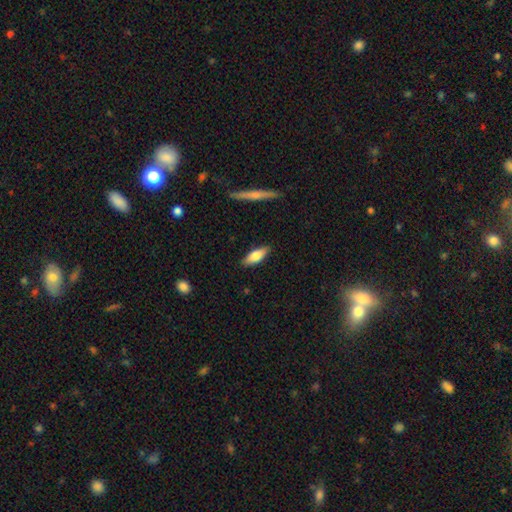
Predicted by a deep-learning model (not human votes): Q: Smooth or featured?
A: smooth (73%); runner-up: featured or disk (21%)
Q: How rounded?
A: in between (66%); runner-up: cigar-shaped (32%)
Q: Merging?
A: none (87%); runner-up: minor disturbance (10%)